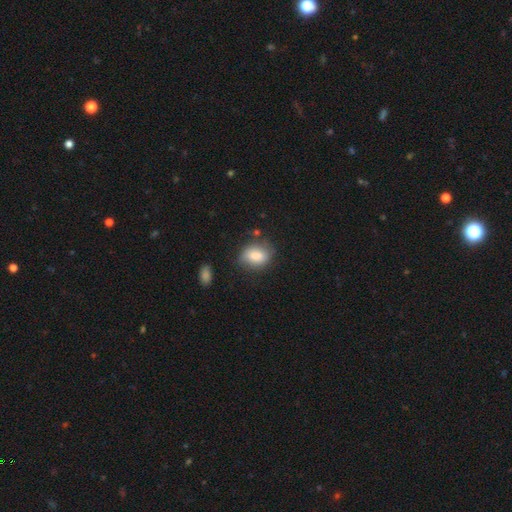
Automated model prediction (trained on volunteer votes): Q: Smooth or featured?
A: smooth (80%); runner-up: featured or disk (13%)
Q: How rounded?
A: in between (62%); runner-up: round (37%)
Q: Merging?
A: none (70%); runner-up: minor disturbance (21%)